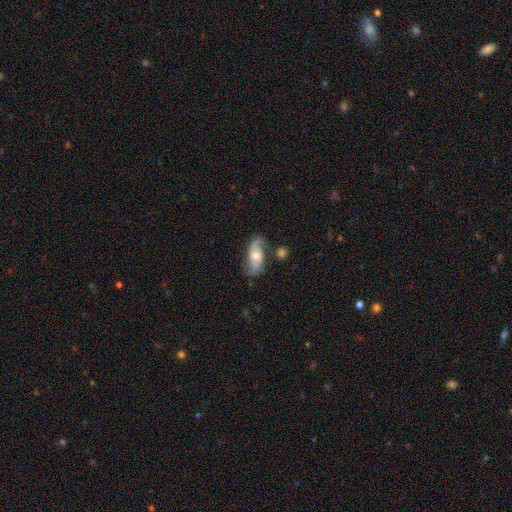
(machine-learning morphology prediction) Overall: featured or disk (61%; smooth 32%). Edge-on disk: no (90%). Bar: no (64%; weak 27%). Spiral arms: yes (87%). Bulge size: moderate (63%; small 26%). Merging: none (61%; minor disturbance 22%).